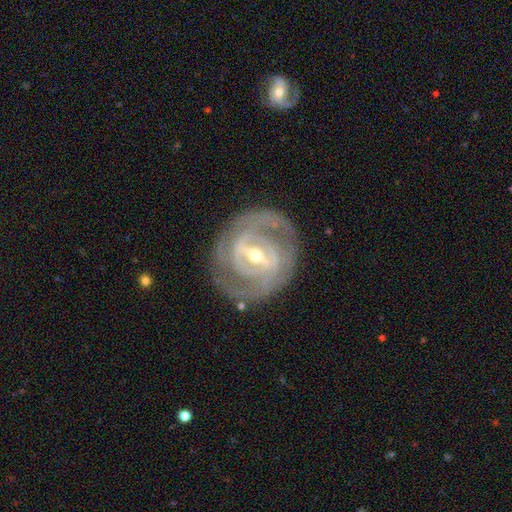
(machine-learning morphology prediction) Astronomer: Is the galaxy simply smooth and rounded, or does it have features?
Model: featured or disk — 89%.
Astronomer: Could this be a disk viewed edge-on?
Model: no — 96%.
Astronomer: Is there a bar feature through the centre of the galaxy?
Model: strong — 56% (runner-up: weak, 34%).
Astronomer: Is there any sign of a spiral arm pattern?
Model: yes — 94%.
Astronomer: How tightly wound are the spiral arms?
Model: tight — 66%.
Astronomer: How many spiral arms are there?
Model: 2 — 48%.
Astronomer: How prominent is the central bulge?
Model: small — 50% (runner-up: moderate, 47%).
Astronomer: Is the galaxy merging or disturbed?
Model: none — 80%.